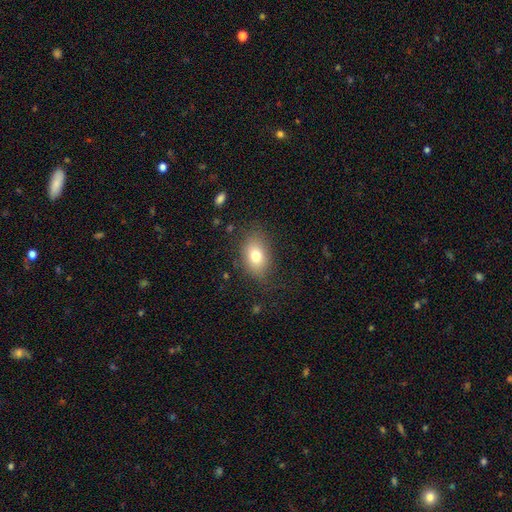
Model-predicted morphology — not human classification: smooth_or_featured: smooth (p=0.76) [alt: featured or disk p=0.14]
how_rounded: in between (p=0.80) [alt: round p=0.18]
merging: none (p=0.78) [alt: minor disturbance p=0.15]